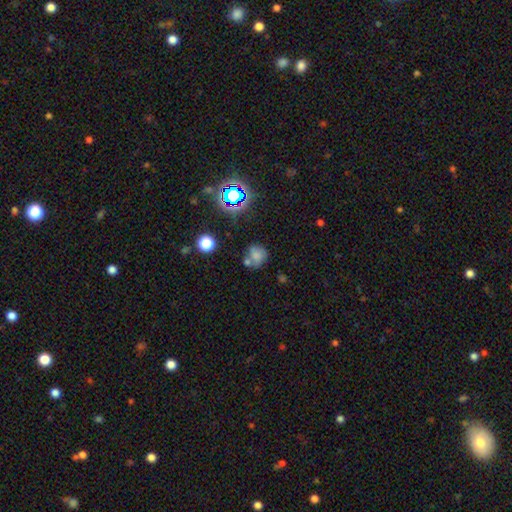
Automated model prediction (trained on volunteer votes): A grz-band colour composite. It shows a smooth galaxy with no disk features (67%) that is round (77%). Merging: none (48%).